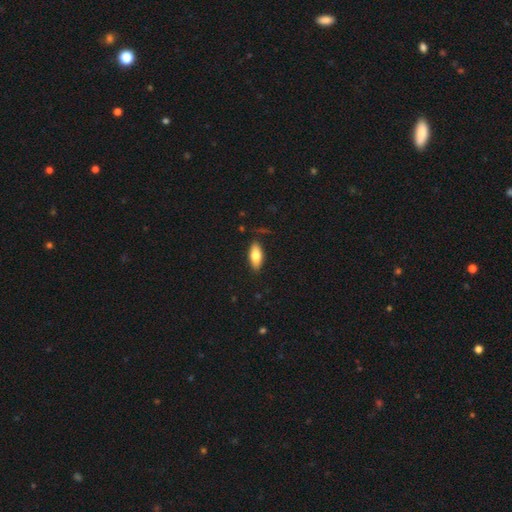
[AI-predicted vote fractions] Q: Smooth or featured?
A: smooth (75%); runner-up: featured or disk (18%)
Q: How rounded?
A: in between (84%); runner-up: cigar-shaped (14%)
Q: Merging?
A: none (84%); runner-up: minor disturbance (12%)